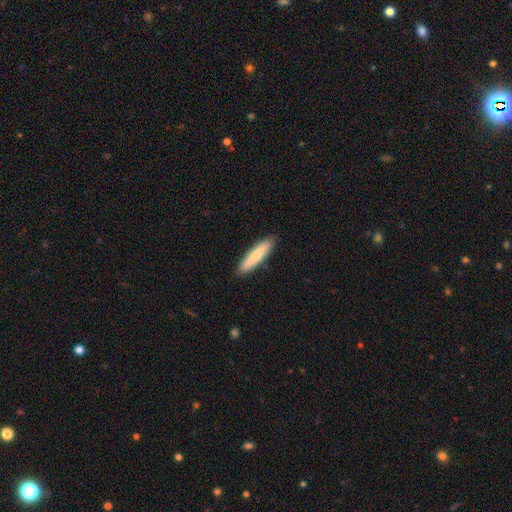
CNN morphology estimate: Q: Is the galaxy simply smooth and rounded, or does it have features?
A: smooth — 76%.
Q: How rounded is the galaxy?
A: cigar-shaped — 81%.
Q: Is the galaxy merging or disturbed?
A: none — 89%.